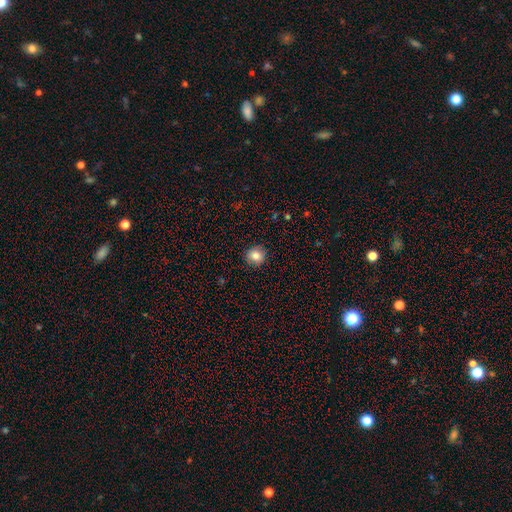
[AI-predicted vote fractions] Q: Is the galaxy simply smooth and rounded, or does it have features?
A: smooth — 83%.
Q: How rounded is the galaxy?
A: round — 91%.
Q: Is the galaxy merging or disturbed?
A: none — 90%.